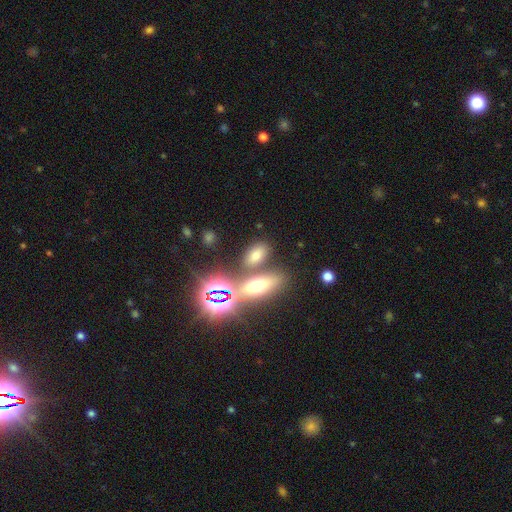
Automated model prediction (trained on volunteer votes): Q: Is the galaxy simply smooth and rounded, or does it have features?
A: smooth — 57%.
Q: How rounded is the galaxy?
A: in between — 76%.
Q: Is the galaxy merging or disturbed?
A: none — 64%.